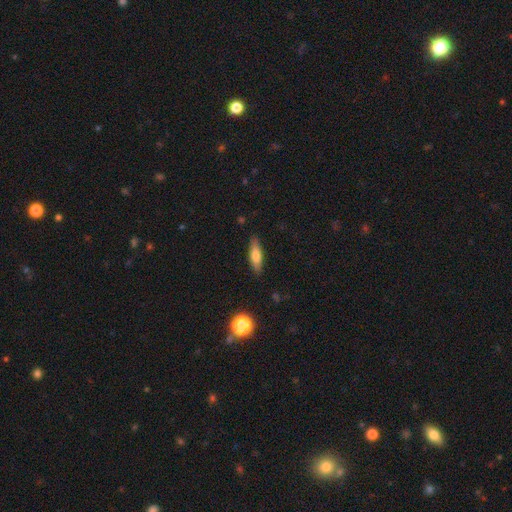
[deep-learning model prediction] A smooth galaxy with no disk features (68%) that is cigar-shaped (58%). Merging: none (86%).